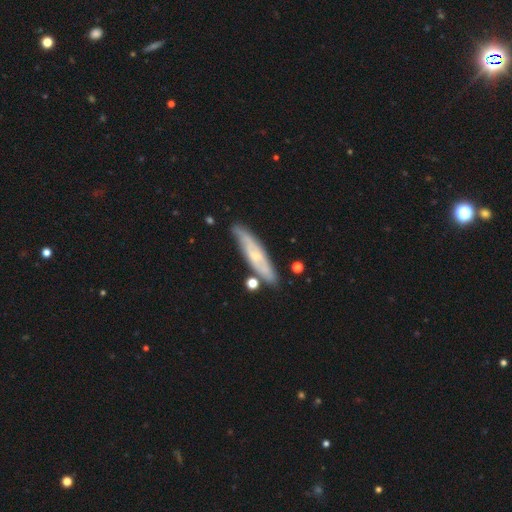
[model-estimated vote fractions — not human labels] smooth-or-featured: featured or disk: 58% | smooth: 35% | star or artifact: 7%
  disk-edge-on: yes: 55% | no: 45%
  merging: none: 76% | minor disturbance: 16% | merger: 5% | major disturbance: 3%